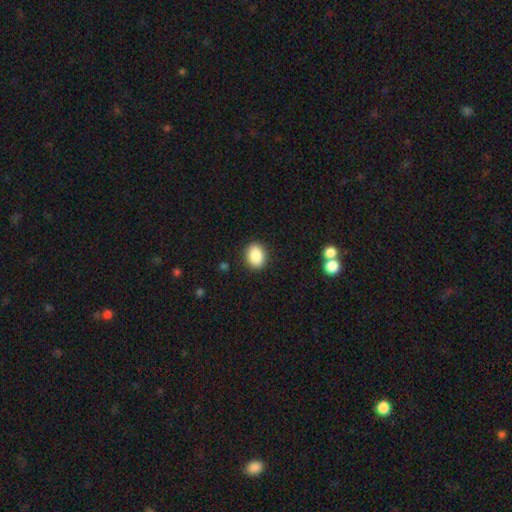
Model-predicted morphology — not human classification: A smooth galaxy with no disk features (88%) that is in between round and cigar-shaped (66%). Merging: none (89%).